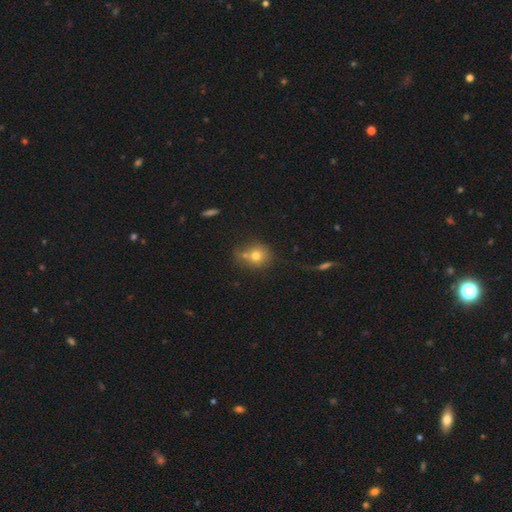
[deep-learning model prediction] This appears to be a smooth galaxy with no disk features (73%) that is round (79%). Merging: none (53%).